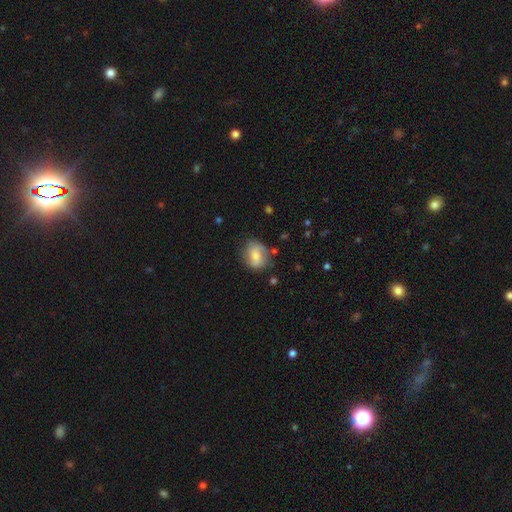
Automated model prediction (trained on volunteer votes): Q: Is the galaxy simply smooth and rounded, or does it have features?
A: smooth — 63%.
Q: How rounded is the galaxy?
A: in between — 52%.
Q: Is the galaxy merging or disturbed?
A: none — 66%.